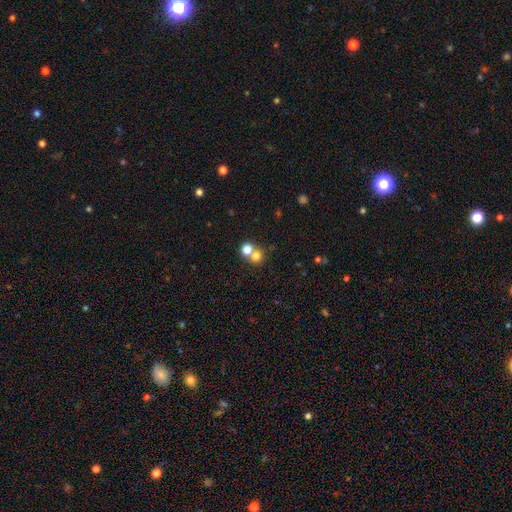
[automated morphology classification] This is likely a smooth galaxy (74%). How rounded: clearly round (82%). Merging: possibly none (46%).